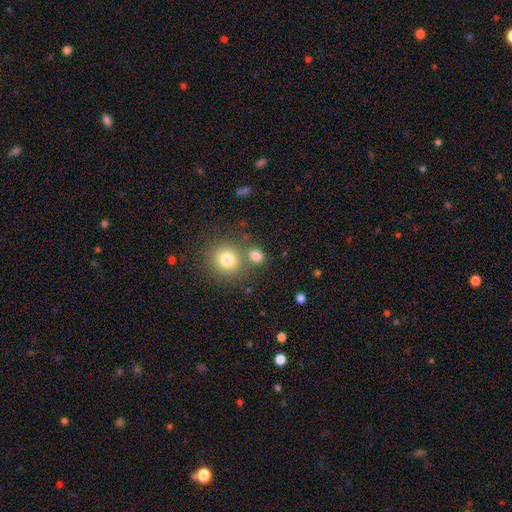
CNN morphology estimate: Overall: smooth (79%). How rounded: round (75%). Merging: none (62%; merger 25%).